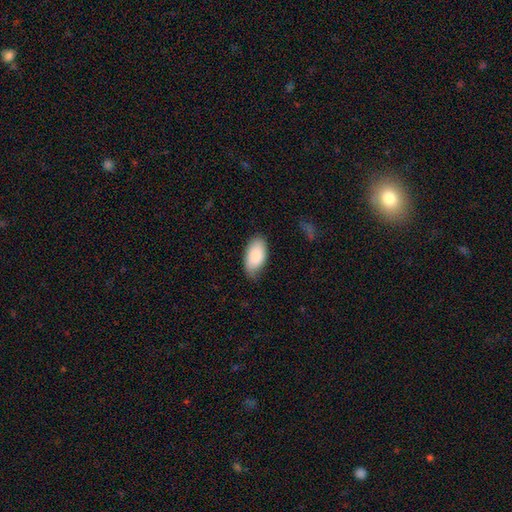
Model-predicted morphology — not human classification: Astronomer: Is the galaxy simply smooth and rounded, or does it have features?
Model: smooth — 88%.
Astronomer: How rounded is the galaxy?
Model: in between — 95%.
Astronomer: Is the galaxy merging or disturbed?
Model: none — 72%.